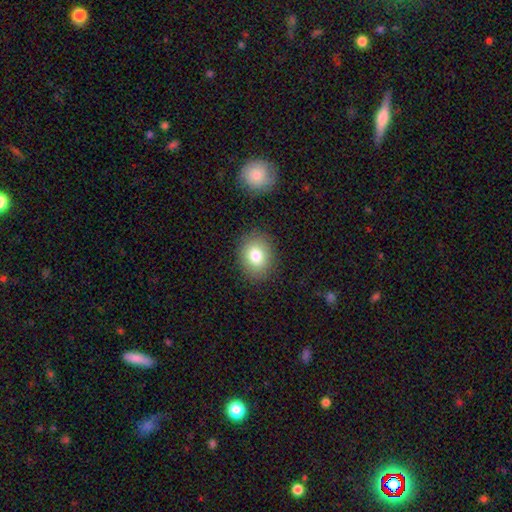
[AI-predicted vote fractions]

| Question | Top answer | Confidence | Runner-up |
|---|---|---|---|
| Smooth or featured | smooth | 79% | featured or disk (11%) |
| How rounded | round | 55% | in between (45%) |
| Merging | none | 86% | minor disturbance (9%) |